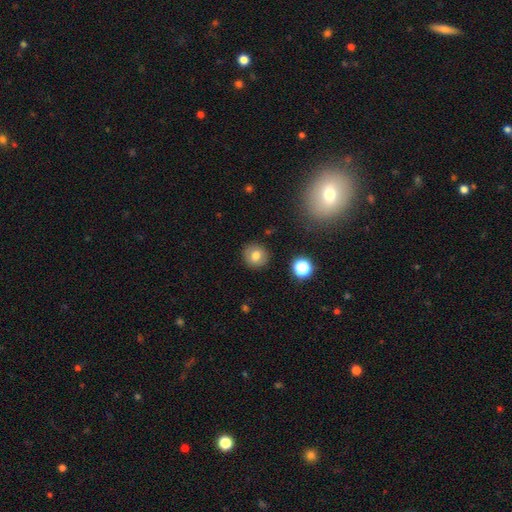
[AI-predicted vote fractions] Smooth or featured? Predicted: smooth (p=0.75). How rounded? Predicted: round (p=0.90). Merging? Predicted: none (p=0.89).